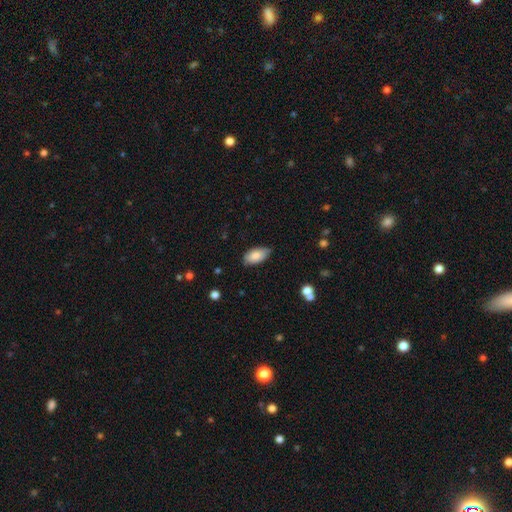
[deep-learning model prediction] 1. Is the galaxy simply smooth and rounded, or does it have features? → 79% smooth, 15% featured or disk, 7% star or artifact.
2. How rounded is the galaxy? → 93% in between, 3% cigar-shaped, 3% round.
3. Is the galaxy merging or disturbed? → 69% none, 26% minor disturbance, 3% major disturbance, 1% merger.